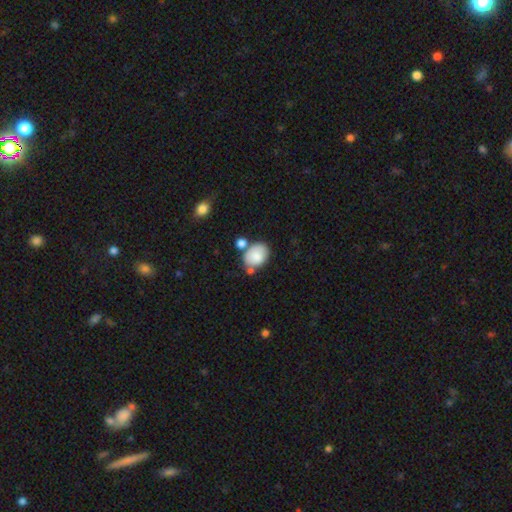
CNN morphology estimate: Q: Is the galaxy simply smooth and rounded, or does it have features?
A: smooth — 79%.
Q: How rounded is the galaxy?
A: in between — 65%.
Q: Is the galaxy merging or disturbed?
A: none — 55%.